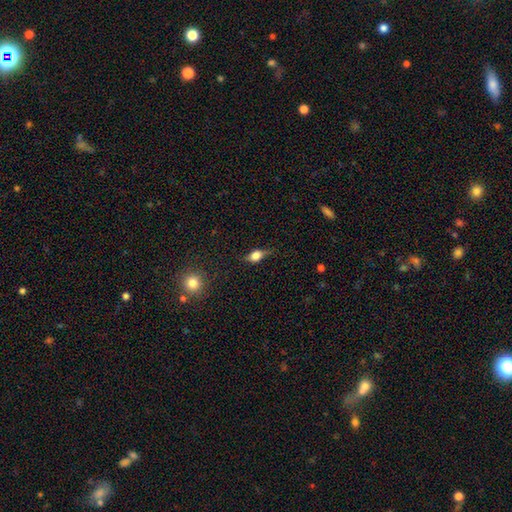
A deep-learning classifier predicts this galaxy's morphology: A smooth galaxy with no disk features (62%) that is in between round and cigar-shaped (67%). Merging: none (65%).